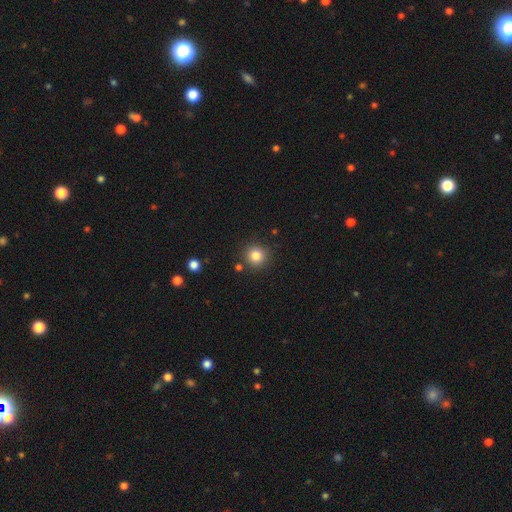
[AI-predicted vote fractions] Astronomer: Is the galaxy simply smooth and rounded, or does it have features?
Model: smooth — 83%.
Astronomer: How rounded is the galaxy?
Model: round — 93%.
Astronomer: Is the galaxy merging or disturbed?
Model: none — 86%.